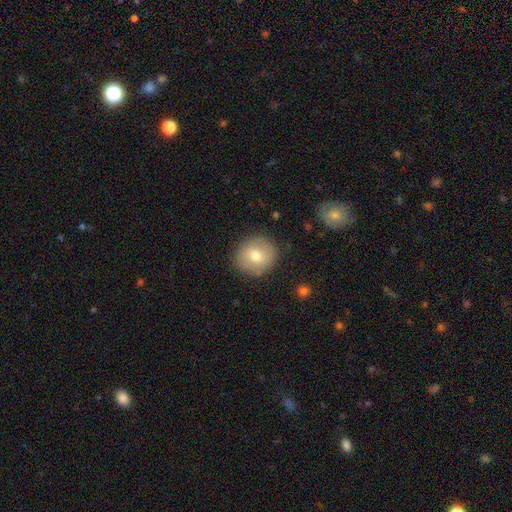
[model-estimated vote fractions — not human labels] smooth-or-featured: smooth: 73% | featured or disk: 19% | star or artifact: 9%
  how-rounded: round: 87% | in between: 12% | cigar-shaped: 1%
  merging: none: 87% | minor disturbance: 9% | major disturbance: 3% | merger: 1%